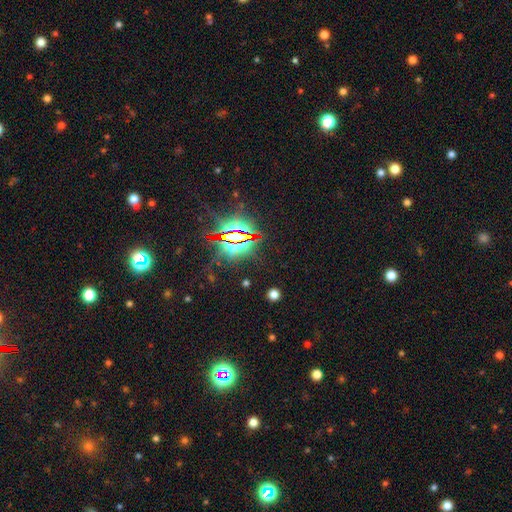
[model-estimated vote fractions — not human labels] This is clearly a star or artifact rather than a galaxy (85%).